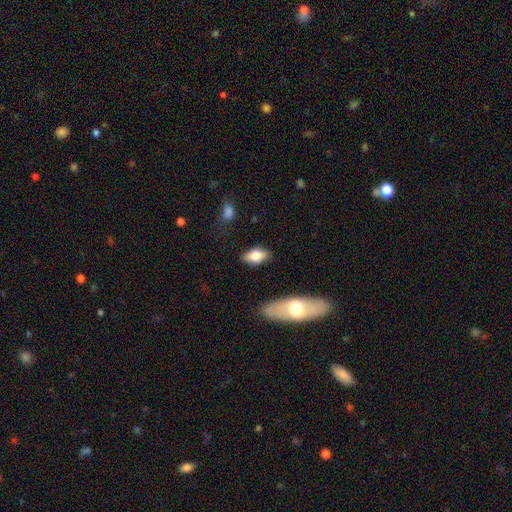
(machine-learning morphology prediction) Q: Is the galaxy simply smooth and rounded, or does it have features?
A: smooth — 72%.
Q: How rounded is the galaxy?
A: in between — 86%.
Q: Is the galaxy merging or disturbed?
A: none — 79%.